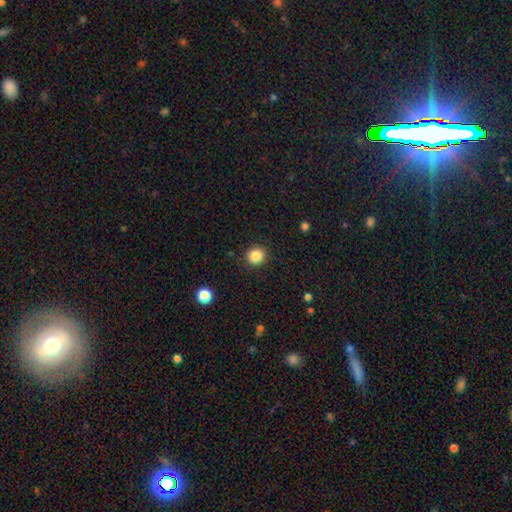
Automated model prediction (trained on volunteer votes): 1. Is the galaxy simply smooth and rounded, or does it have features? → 86% smooth, 10% star or artifact, 3% featured or disk.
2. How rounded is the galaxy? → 89% round, 10% in between, 1% cigar-shaped.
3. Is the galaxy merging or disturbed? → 90% none, 6% minor disturbance, 2% major disturbance, 1% merger.